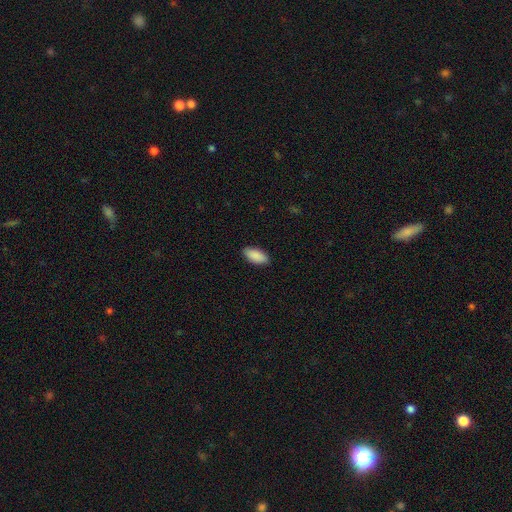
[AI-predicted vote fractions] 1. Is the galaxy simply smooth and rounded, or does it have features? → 90% smooth, 6% star or artifact, 4% featured or disk.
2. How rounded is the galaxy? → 91% in between, 7% cigar-shaped, 2% round.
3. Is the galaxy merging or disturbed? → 89% none, 8% minor disturbance, 2% major disturbance, 1% merger.